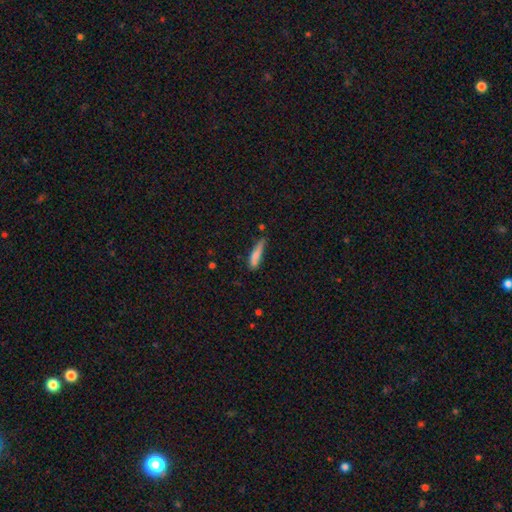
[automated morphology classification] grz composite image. It shows a smooth galaxy with no disk features (76%) that is cigar-shaped (79%). Merging: none (51%).